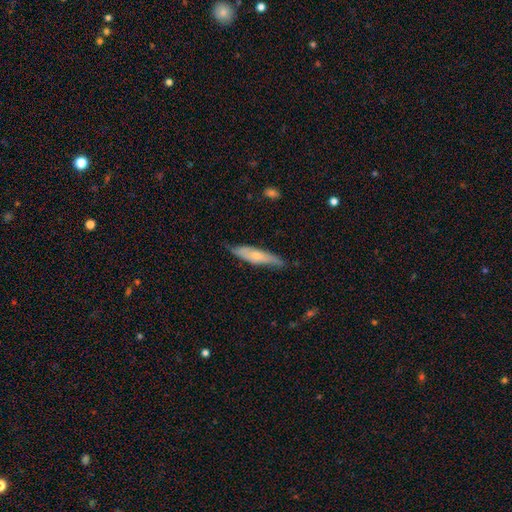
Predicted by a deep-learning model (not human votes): This appears to be a featured or disk galaxy (47%, tied with smooth). Merging: none (74%).